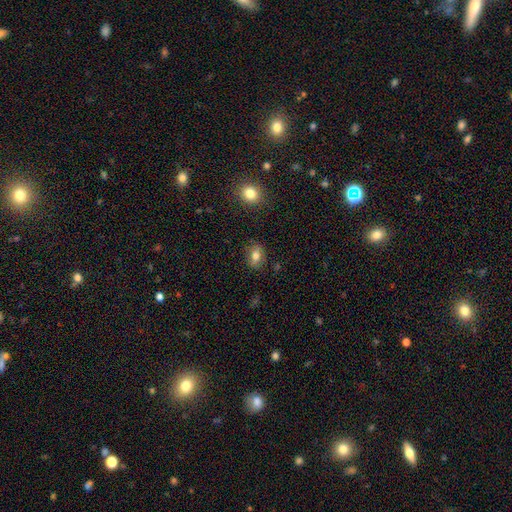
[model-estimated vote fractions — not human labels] Smooth or featured?
  - smooth: 73% *
  - featured or disk: 17%
  - star or artifact: 10%
How rounded?
  - in between: 71% *
  - round: 27%
  - cigar-shaped: 3%
Merging?
  - none: 83% *
  - minor disturbance: 13%
  - major disturbance: 3%
  - merger: 2%